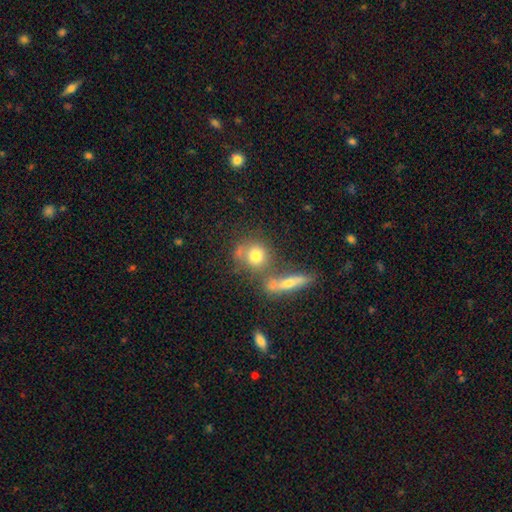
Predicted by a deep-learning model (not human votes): The model was most divided on "merging": none: 54%, merger: 28%, minor disturbance: 12%, major disturbance: 6%. More confident: how rounded — round (80%); smooth or featured — smooth (72%).